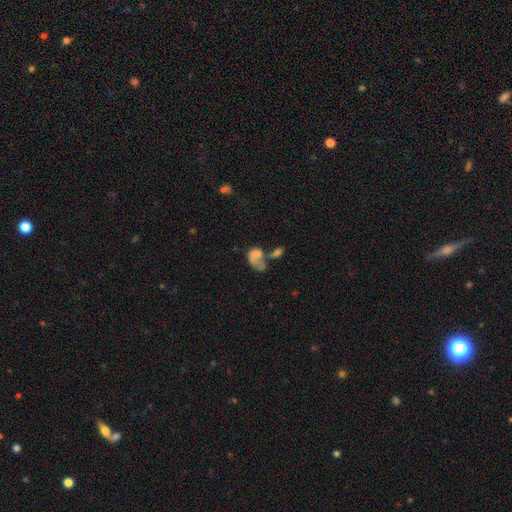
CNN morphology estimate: Smooth or featured?
  - smooth: 59% *
  - featured or disk: 30%
  - star or artifact: 11%
How rounded?
  - in between: 81% *
  - round: 17%
  - cigar-shaped: 2%
Merging?
  - merger: 42% *
  - major disturbance: 31%
  - none: 15%
  - minor disturbance: 11%